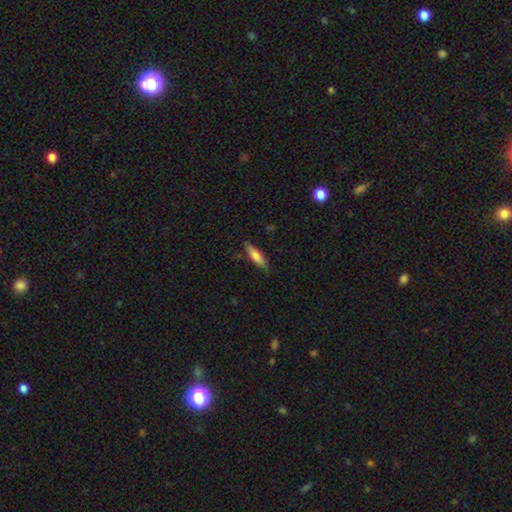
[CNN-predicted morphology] smooth_or_featured: smooth (p=0.75) [alt: featured or disk p=0.19]
how_rounded: cigar-shaped (p=0.65) [alt: in between p=0.34]
merging: none (p=0.82) [alt: minor disturbance p=0.14]